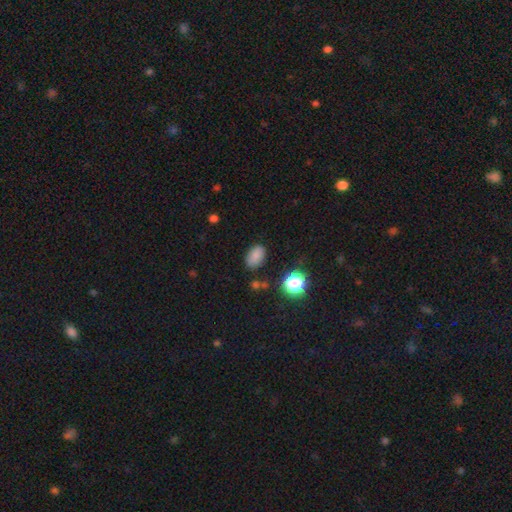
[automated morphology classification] The model was most divided on "merging": none: 79%, minor disturbance: 14%, major disturbance: 4%, merger: 3%. More confident: how rounded — in between (85%); smooth or featured — smooth (80%).